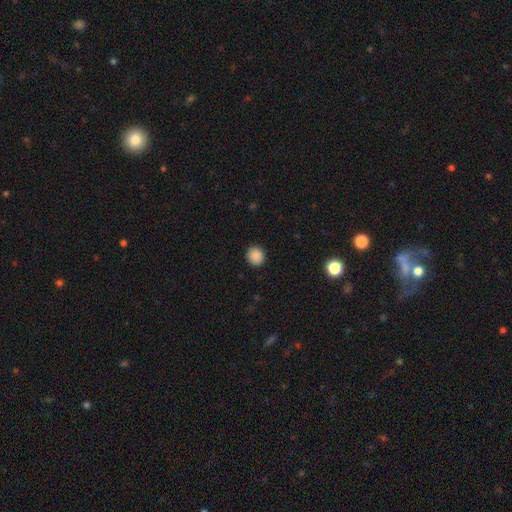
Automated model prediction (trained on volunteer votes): Smooth or featured: smooth — 88% (star or artifact — 9%)
How rounded: round — 83% (in between — 16%)
Merging: none — 91% (minor disturbance — 6%)